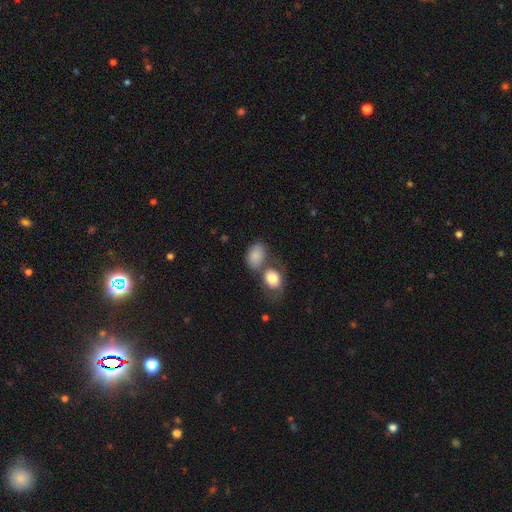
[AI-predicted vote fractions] smooth 83%, featured or disk 10%, star or artifact 7%. Down the decision tree: how rounded — in between (79%); merging — merger (41%).